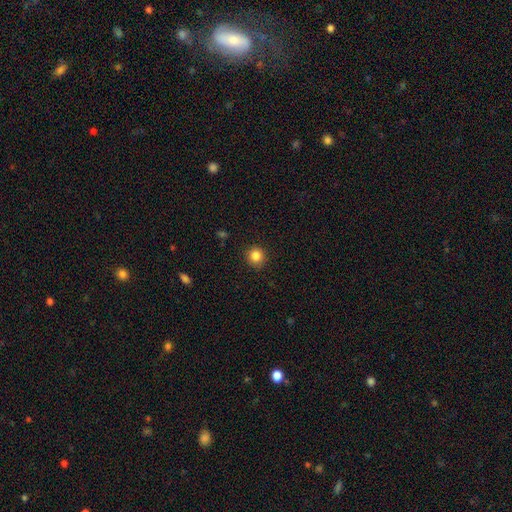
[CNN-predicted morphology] Smooth or featured?
  - smooth: 85% *
  - star or artifact: 11%
  - featured or disk: 4%
How rounded?
  - round: 93% *
  - in between: 6%
  - cigar-shaped: 1%
Merging?
  - none: 90% *
  - minor disturbance: 7%
  - major disturbance: 2%
  - merger: 1%